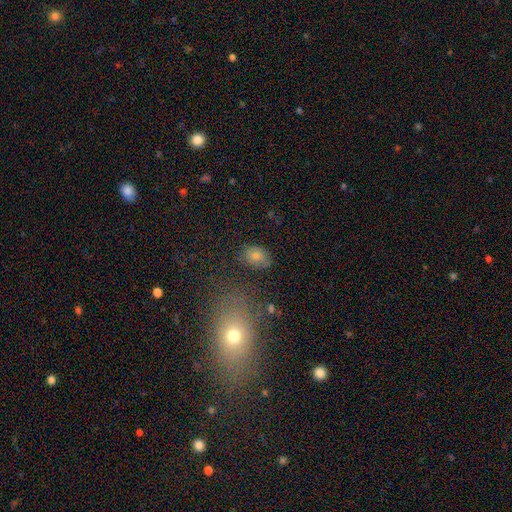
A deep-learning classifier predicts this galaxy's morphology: Smooth or featured? smooth (76%)
How rounded? in between (76%)
Merging? none (73%)